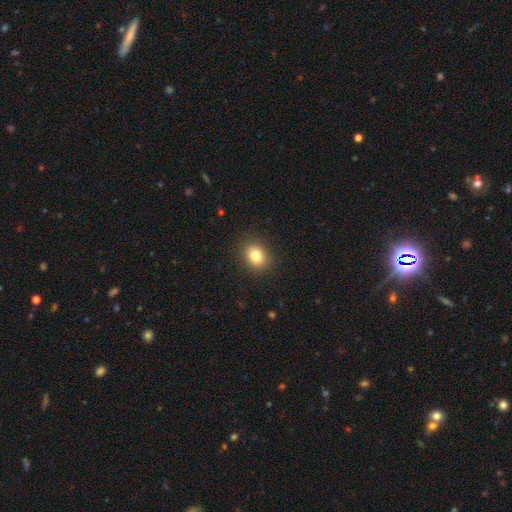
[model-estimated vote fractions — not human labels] smooth-or-featured: smooth: 82% | star or artifact: 11% | featured or disk: 7%
  how-rounded: round: 53% | in between: 46% | cigar-shaped: 1%
  merging: none: 89% | minor disturbance: 8% | major disturbance: 3% | merger: 1%